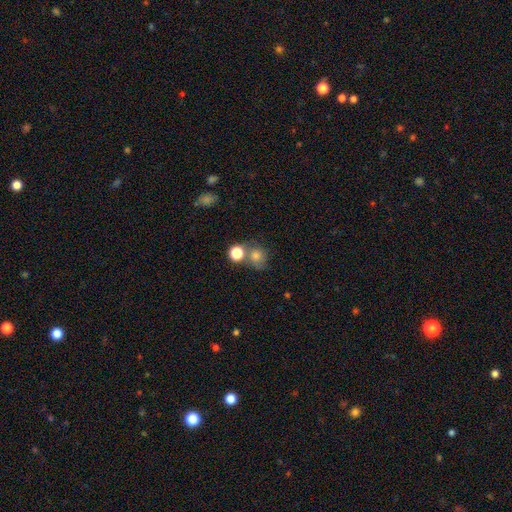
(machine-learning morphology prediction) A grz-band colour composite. It shows a smooth galaxy with no disk features (73%) that is round (82%). Merging: none (53%).